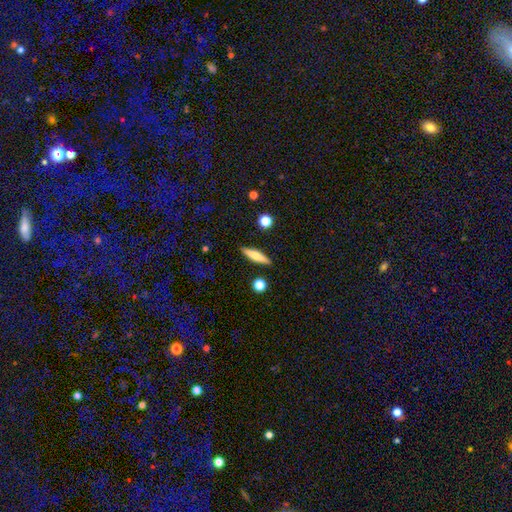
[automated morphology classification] Smooth or featured: smooth — 69% (featured or disk — 24%)
How rounded: cigar-shaped — 77% (in between — 21%)
Merging: none — 88% (minor disturbance — 8%)